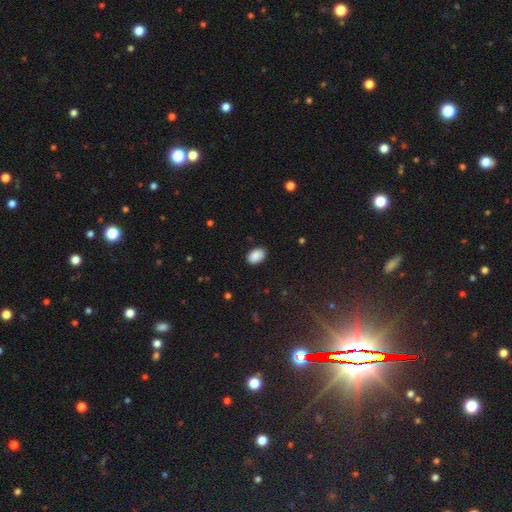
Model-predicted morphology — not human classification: Smooth or featured? smooth (89%)
How rounded? in between (90%)
Merging? none (87%)